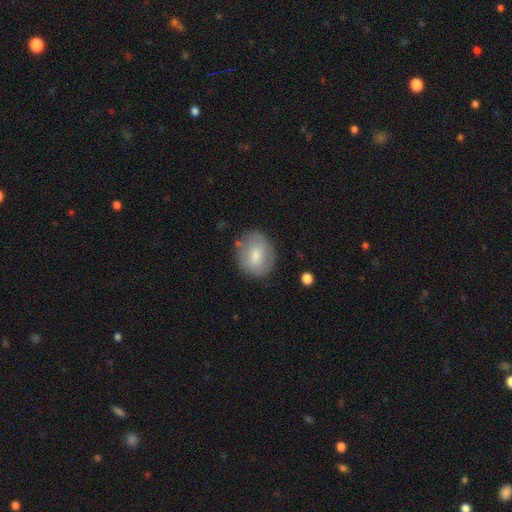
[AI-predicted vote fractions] Smooth or featured? Predicted: smooth (p=0.68). How rounded? Predicted: round (p=0.57). Merging? Predicted: none (p=0.76).